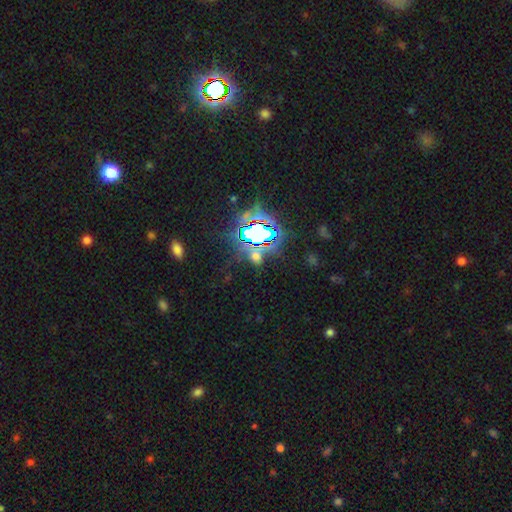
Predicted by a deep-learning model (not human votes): Smooth or featured?
  - star or artifact: 66% *
  - smooth: 24%
  - featured or disk: 10%